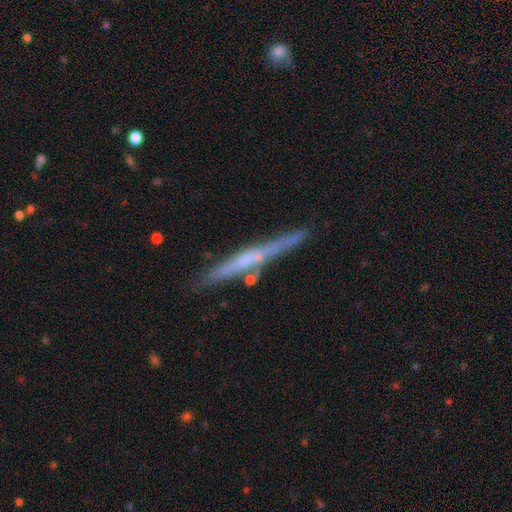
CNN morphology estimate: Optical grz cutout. It shows a featured or disk galaxy (58%) viewed edge-on (94%) with no central bulge (57%). Merging: none (75%).